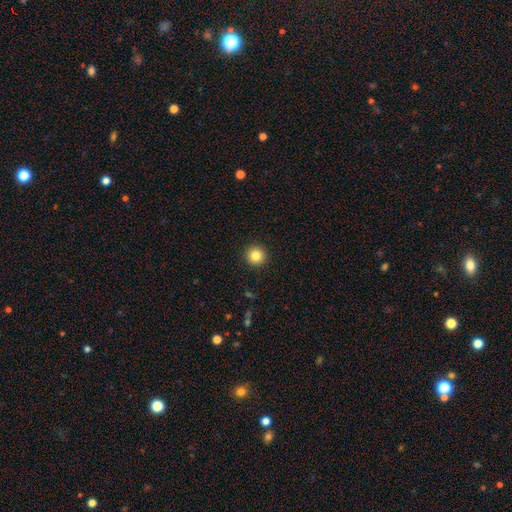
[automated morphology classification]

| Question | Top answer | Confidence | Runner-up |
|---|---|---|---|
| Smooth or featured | smooth | 84% | star or artifact (11%) |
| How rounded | round | 96% | in between (3%) |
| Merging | none | 93% | minor disturbance (5%) |